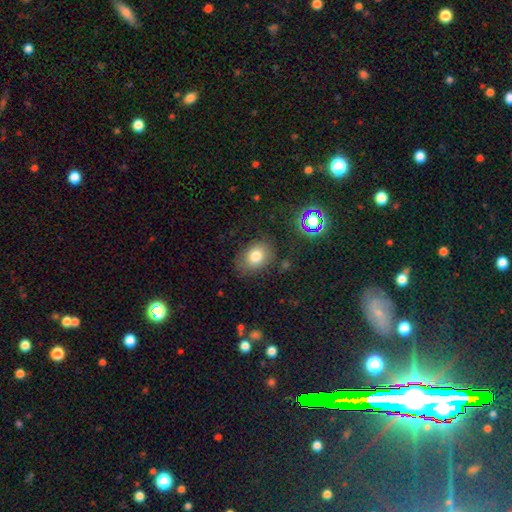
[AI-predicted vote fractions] A smooth galaxy with no disk features (77%) that is in between round and cigar-shaped (63%).

Vote fractions:
- Smooth or featured? smooth: 77% / star or artifact: 12% / featured or disk: 11%
- How rounded? in between: 63% / round: 36% / cigar-shaped: 1%
- Merging? none: 75% / minor disturbance: 17% / major disturbance: 6% / merger: 2%